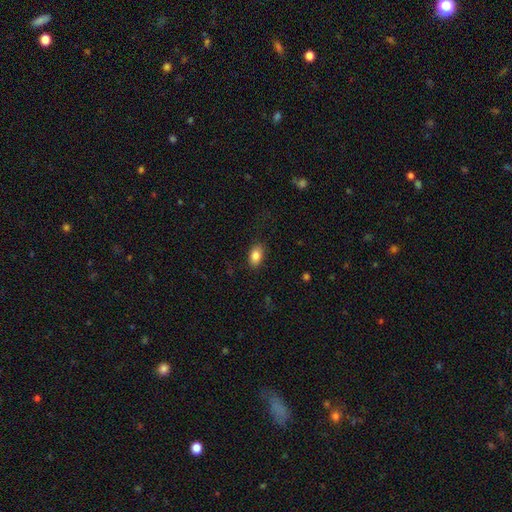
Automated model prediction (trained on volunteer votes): Smooth or featured: smooth — 85% (star or artifact — 8%)
How rounded: in between — 88% (round — 10%)
Merging: none — 85% (minor disturbance — 11%)